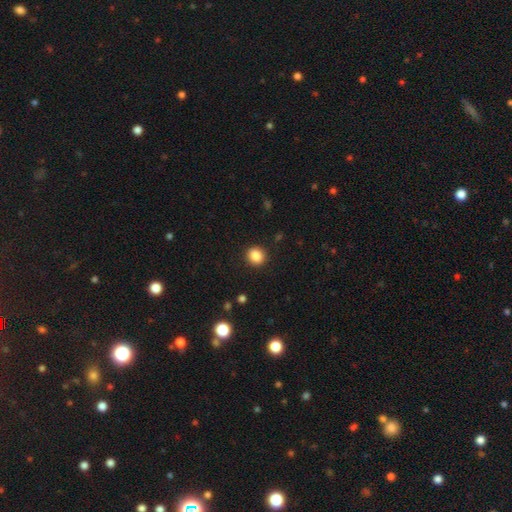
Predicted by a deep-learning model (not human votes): A smooth galaxy with no disk features (87%) that is round (79%).

Vote fractions:
- Smooth or featured? smooth: 87% / star or artifact: 10% / featured or disk: 3%
- How rounded? round: 79% / in between: 20% / cigar-shaped: 1%
- Merging? none: 91% / minor disturbance: 6% / major disturbance: 2% / merger: 1%